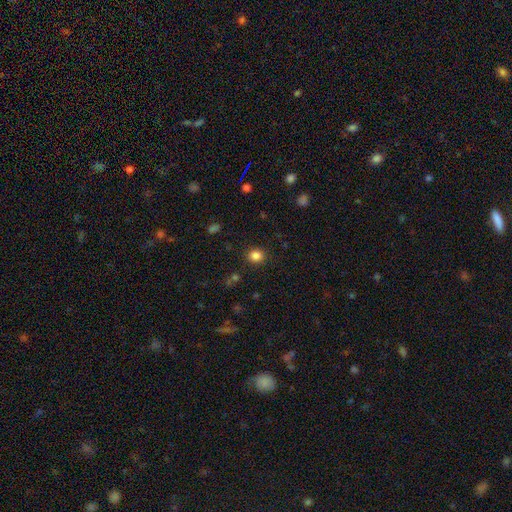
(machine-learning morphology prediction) The model was most divided on "how rounded": round: 78%, in between: 21%, cigar-shaped: 1%. More confident: merging — none (89%); smooth or featured — smooth (83%).